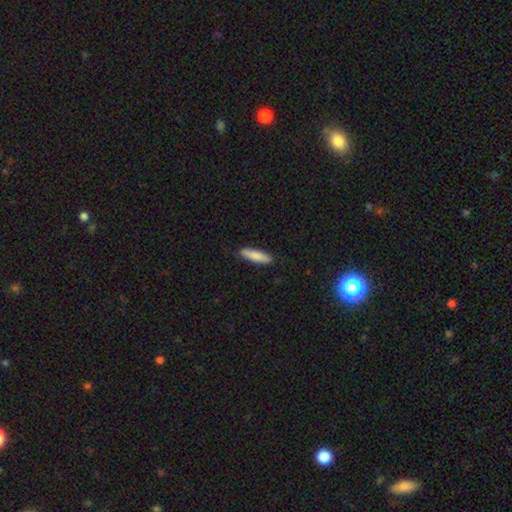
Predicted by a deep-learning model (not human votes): Smooth or featured? Predicted: smooth (p=0.83). How rounded? Predicted: cigar-shaped (p=0.77). Merging? Predicted: none (p=0.88).